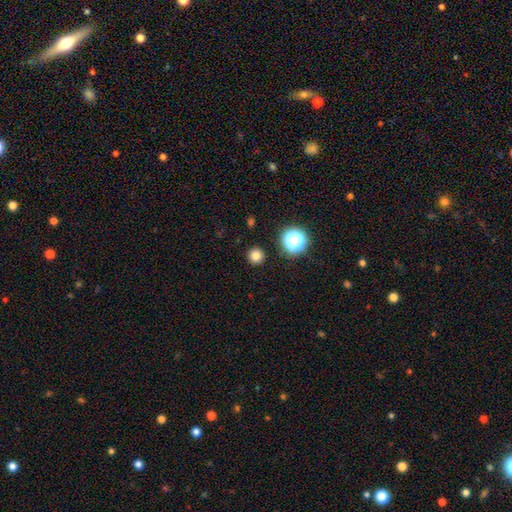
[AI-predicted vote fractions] Smooth or featured?
  - smooth: 79% *
  - star or artifact: 16%
  - featured or disk: 5%
How rounded?
  - round: 96% *
  - in between: 3%
  - cigar-shaped: 1%
Merging?
  - none: 92% *
  - minor disturbance: 5%
  - major disturbance: 2%
  - merger: 1%